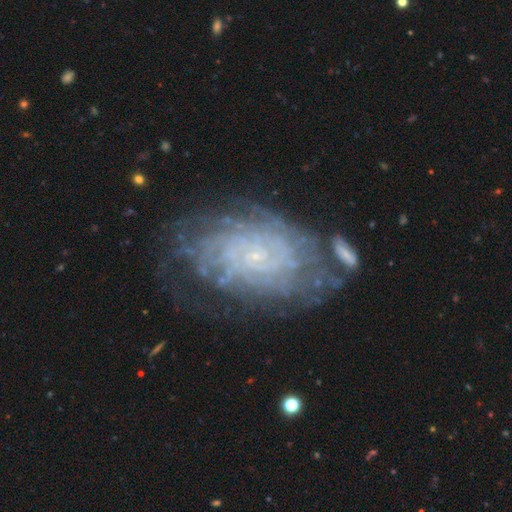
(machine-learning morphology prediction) Q: Smooth or featured?
A: featured or disk (83%); runner-up: smooth (10%)
Q: Edge-on disk?
A: no (96%); runner-up: yes (4%)
Q: Bar?
A: no (78%); runner-up: weak (18%)
Q: Spiral arms?
A: yes (94%); runner-up: no (6%)
Q: Spiral winding?
A: tight (81%); runner-up: medium (15%)
Q: Spiral arm count?
A: can't tell (42%); runner-up: more than 4 (22%)
Q: Bulge size?
A: small (86%); runner-up: moderate (6%)
Q: Merging?
A: none (60%); runner-up: minor disturbance (21%)